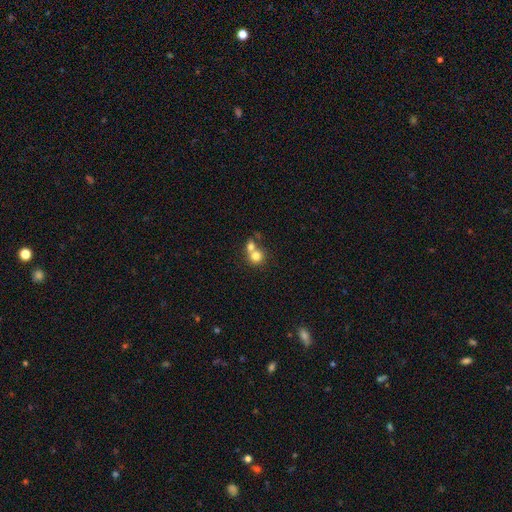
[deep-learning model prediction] Smooth or featured? Predicted: smooth (p=0.76). How rounded? Predicted: round (p=0.84). Merging? Predicted: merger (p=0.55).